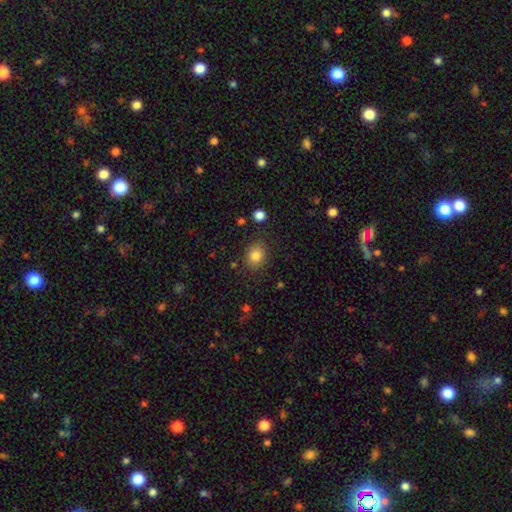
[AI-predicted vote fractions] smooth 83%, star or artifact 11%, featured or disk 6%. Down the decision tree: how rounded — round (64%); merging — none (84%).